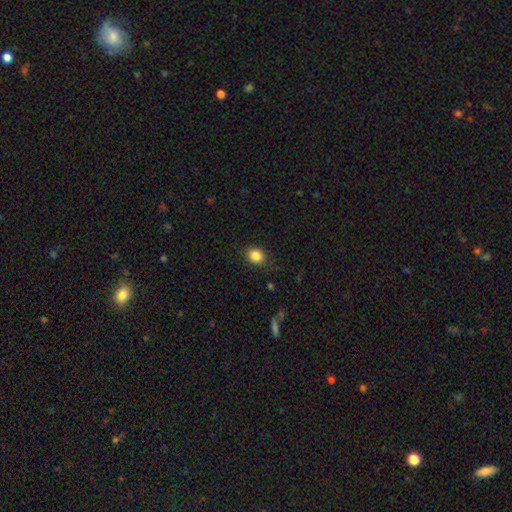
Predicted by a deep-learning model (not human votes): Morphology: type=smooth (85%); roundness=round (58%); merging=none (85%).